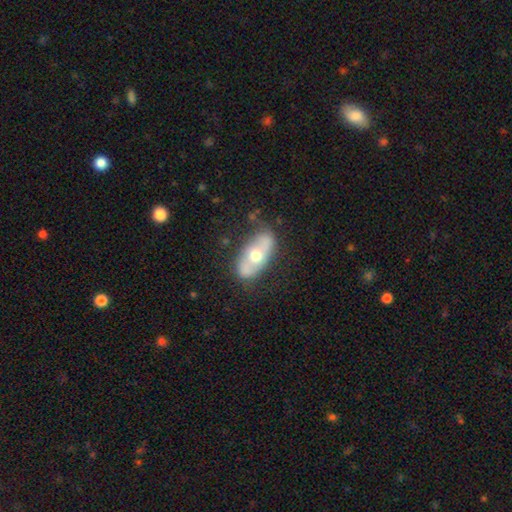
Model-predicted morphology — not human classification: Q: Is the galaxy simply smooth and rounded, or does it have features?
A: featured or disk — 53%.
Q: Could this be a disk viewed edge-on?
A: no — 84%.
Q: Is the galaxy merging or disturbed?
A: none — 74%.